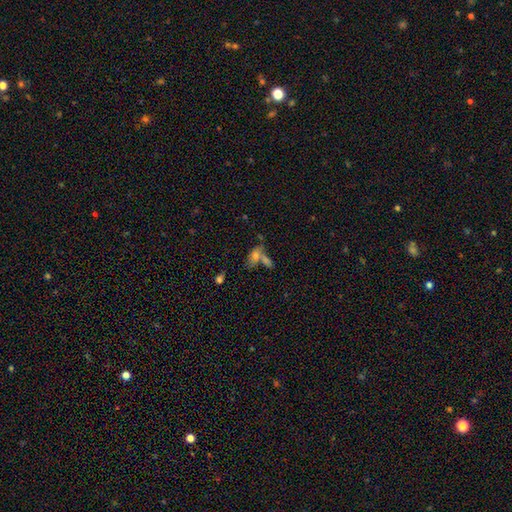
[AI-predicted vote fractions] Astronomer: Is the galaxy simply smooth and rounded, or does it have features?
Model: smooth — 66%.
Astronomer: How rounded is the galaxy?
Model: in between — 79%.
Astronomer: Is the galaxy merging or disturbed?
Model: merger — 40% (runner-up: none, 38%).